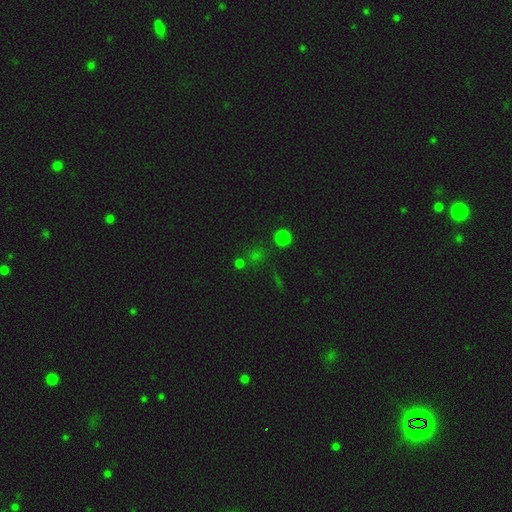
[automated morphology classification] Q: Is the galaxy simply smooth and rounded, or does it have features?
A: star or artifact — 50%.